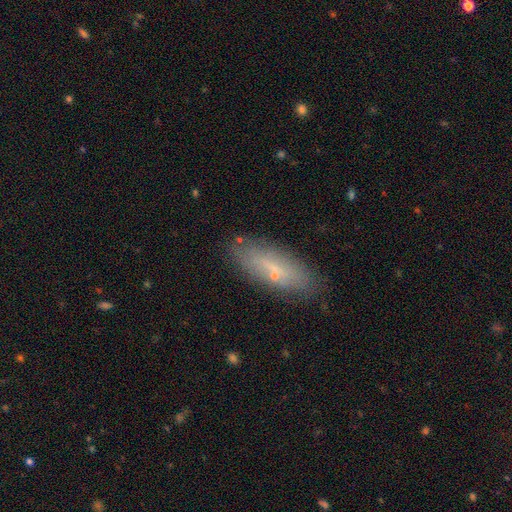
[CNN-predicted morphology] The model was most divided on "how rounded": in between: 54%, cigar-shaped: 42%, round: 3%. More confident: merging — none (81%); smooth or featured — smooth (53%).